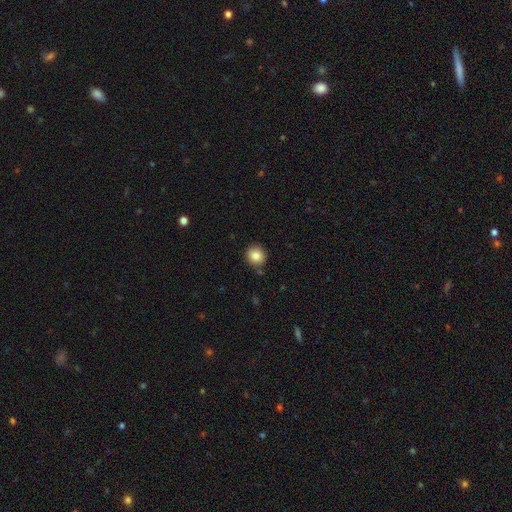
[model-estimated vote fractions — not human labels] Smooth or featured? Predicted: smooth (p=0.85). How rounded? Predicted: round (p=0.86). Merging? Predicted: none (p=0.83).